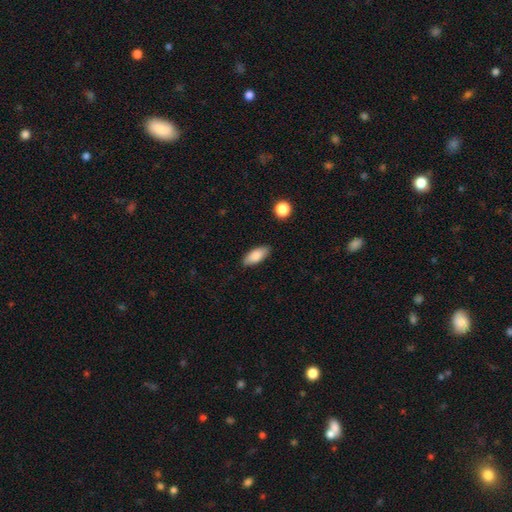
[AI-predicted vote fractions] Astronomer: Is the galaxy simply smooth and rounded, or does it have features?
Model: smooth — 85%.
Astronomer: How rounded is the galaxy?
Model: in between — 83%.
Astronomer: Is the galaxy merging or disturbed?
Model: none — 85%.